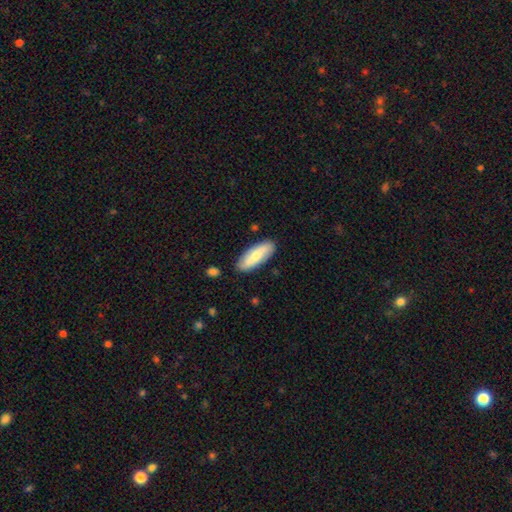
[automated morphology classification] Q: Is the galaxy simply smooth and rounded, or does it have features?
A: smooth — 68%.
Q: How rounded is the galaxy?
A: in between — 67%.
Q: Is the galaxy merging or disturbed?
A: none — 85%.